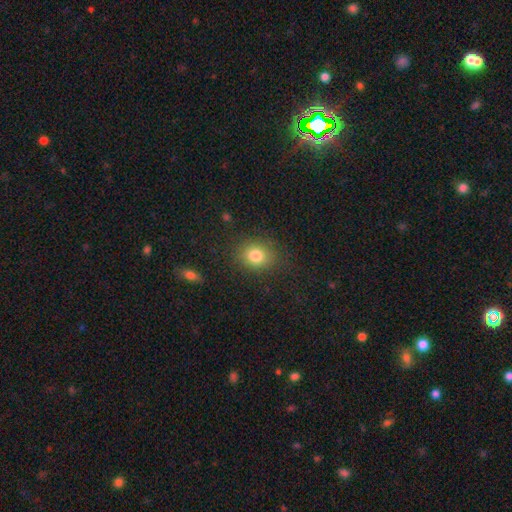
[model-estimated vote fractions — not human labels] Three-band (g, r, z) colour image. It shows a smooth galaxy with no disk features (81%) that is round (63%). Merging: none (83%).